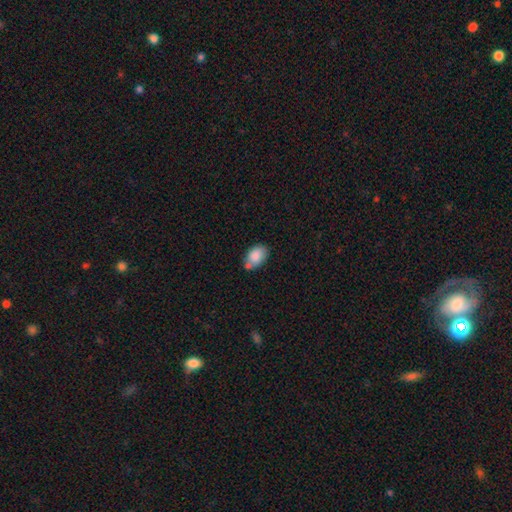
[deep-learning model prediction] This appears to be a smooth galaxy with no disk features (83%) that is in between round and cigar-shaped (88%). Merging: none (55%).